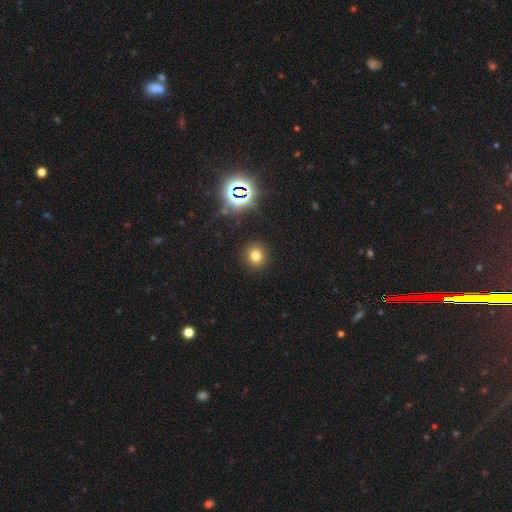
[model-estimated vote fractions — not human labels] smooth-or-featured: smooth: 73% | star or artifact: 20% | featured or disk: 7%
  how-rounded: round: 86% | in between: 13% | cigar-shaped: 1%
  merging: none: 90% | minor disturbance: 6% | major disturbance: 3% | merger: 1%